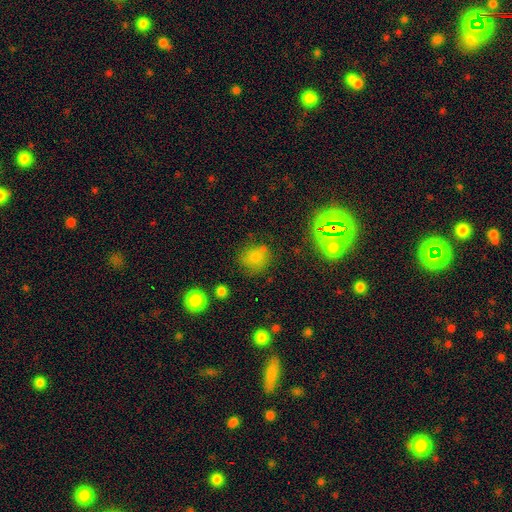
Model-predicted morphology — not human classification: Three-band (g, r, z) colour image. It shows a smooth galaxy with no disk features (67%) that is round (71%). Merging: none (68%).